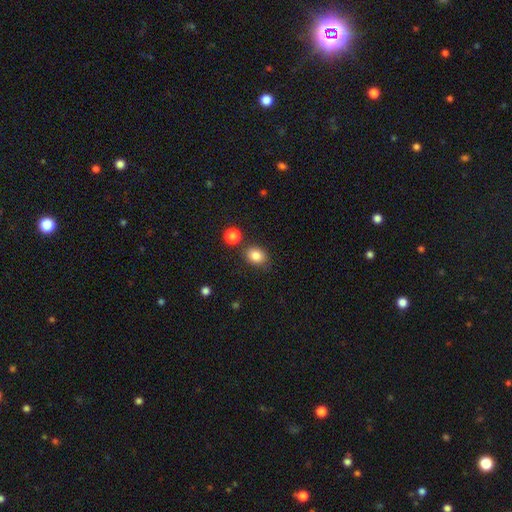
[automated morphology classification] Smooth or featured? Predicted: smooth (p=0.84). How rounded? Predicted: in between (p=0.56). Merging? Predicted: none (p=0.78).